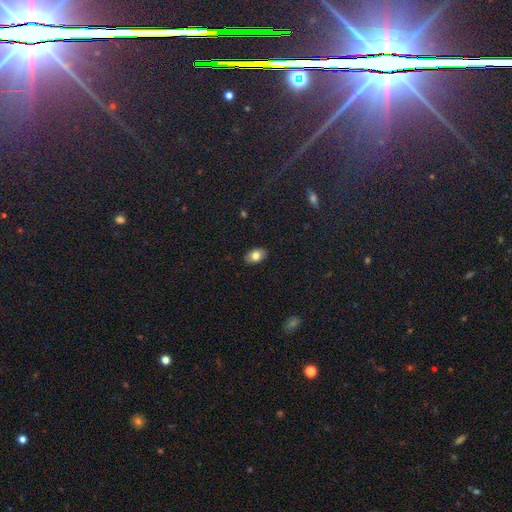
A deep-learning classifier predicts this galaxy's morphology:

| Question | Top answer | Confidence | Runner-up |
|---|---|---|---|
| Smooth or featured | smooth | 79% | featured or disk (13%) |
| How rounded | in between | 89% | round (9%) |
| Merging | none | 88% | minor disturbance (9%) |